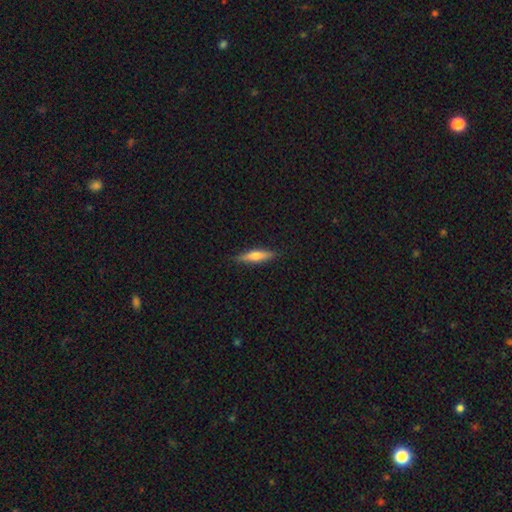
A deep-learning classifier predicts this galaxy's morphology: type=smooth (59%); roundness=cigar-shaped (76%); merging=none (87%).